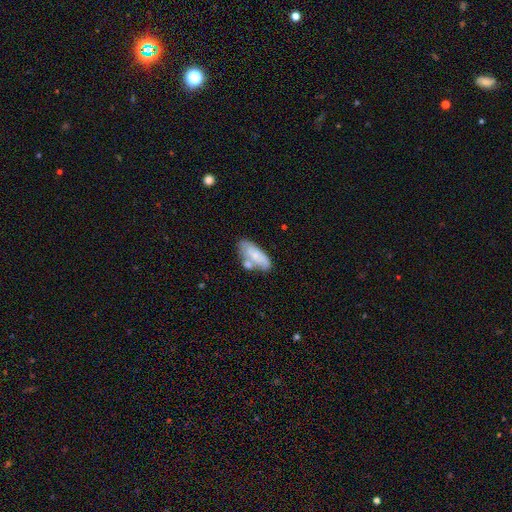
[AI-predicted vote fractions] The model was most divided on "merging": none: 46%, merger: 25%, minor disturbance: 21%, major disturbance: 8%. More confident: how rounded — in between (84%); smooth or featured — smooth (59%).